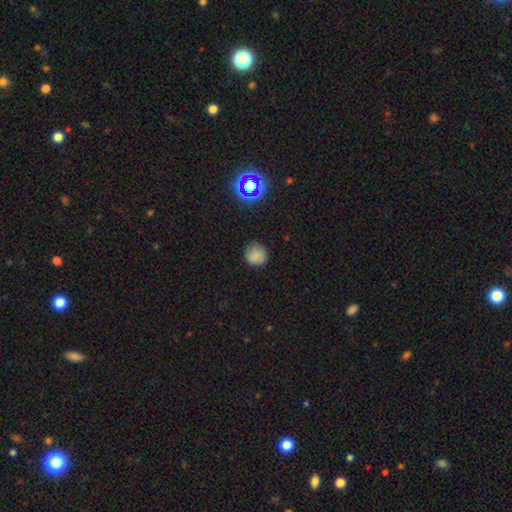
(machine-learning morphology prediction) The model was most divided on "smooth or featured": smooth: 77%, star or artifact: 16%, featured or disk: 7%. More confident: how rounded — round (90%); merging — none (84%).